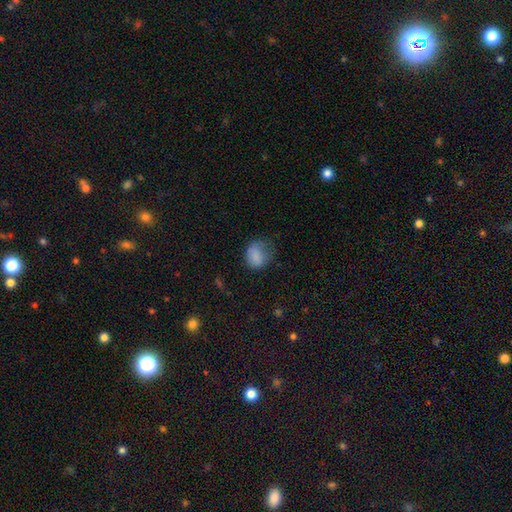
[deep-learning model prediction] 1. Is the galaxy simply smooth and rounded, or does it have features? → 80% smooth, 10% featured or disk, 9% star or artifact.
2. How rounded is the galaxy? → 50% in between, 49% round, 1% cigar-shaped.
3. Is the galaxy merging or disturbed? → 40% none, 33% minor disturbance, 25% major disturbance, 2% merger.